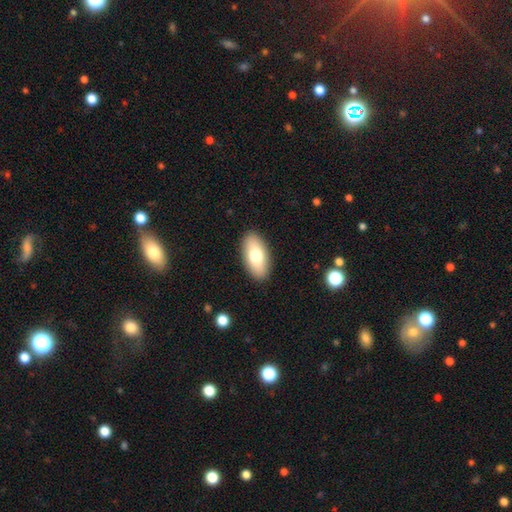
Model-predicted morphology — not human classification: smooth_or_featured: smooth (p=0.75) [alt: featured or disk p=0.19]
how_rounded: in between (p=0.91) [alt: cigar-shaped p=0.06]
merging: none (p=0.90) [alt: minor disturbance p=0.07]